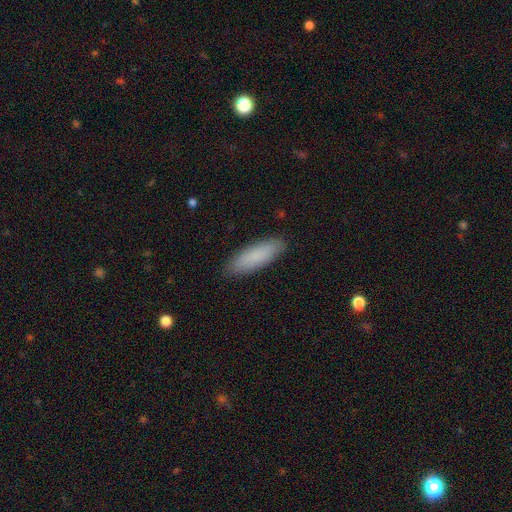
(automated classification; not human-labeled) smooth-or-featured: smooth: 86% | featured or disk: 8% | star or artifact: 7%
  how-rounded: cigar-shaped: 51% | in between: 47% | round: 2%
  merging: none: 89% | minor disturbance: 8% | major disturbance: 2% | merger: 1%